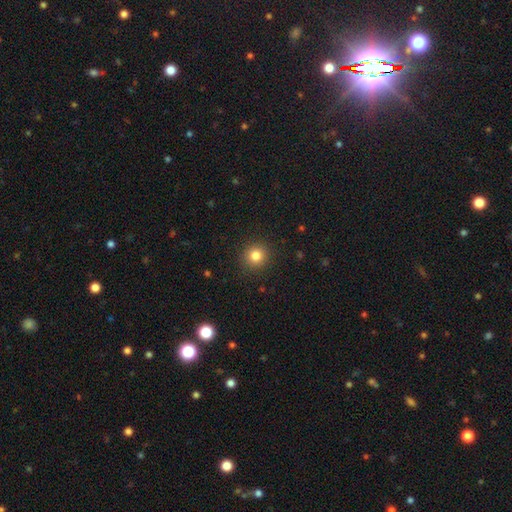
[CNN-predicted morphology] The model was most divided on "smooth or featured": smooth: 82%, star or artifact: 12%, featured or disk: 5%. More confident: how rounded — round (92%); merging — none (91%).